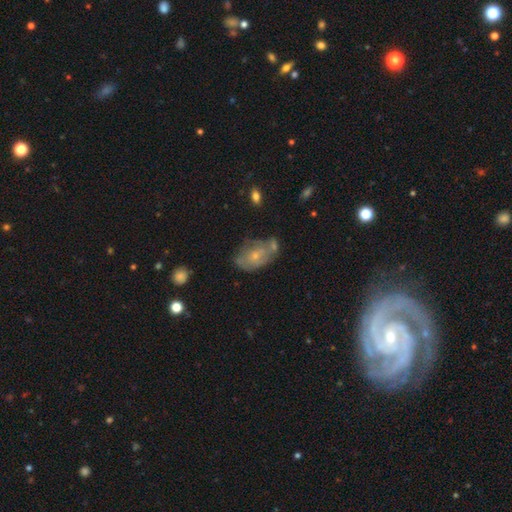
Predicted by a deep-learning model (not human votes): Smooth or featured: featured or disk — 47% (smooth — 44%)
Merging: none — 42% (minor disturbance — 28%)